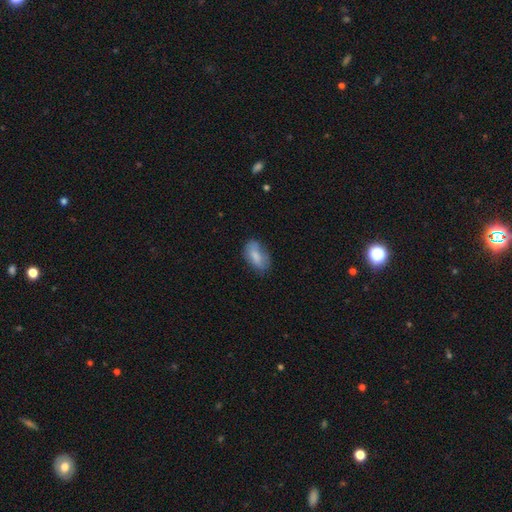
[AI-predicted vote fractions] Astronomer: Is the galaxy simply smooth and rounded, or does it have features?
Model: smooth — 77%.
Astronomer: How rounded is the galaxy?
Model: in between — 90%.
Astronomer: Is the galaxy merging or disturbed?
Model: none — 63%.